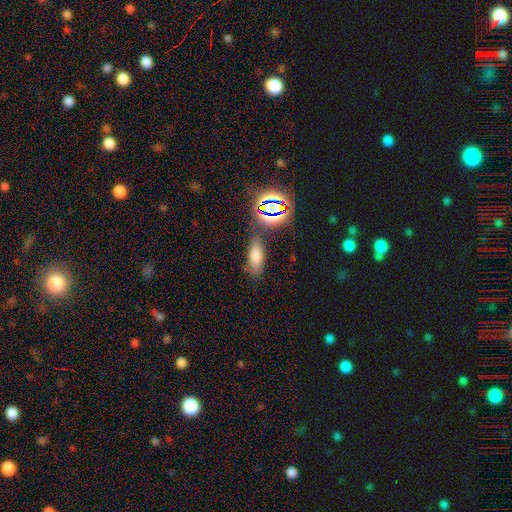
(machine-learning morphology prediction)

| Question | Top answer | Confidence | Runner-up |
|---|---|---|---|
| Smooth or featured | smooth | 66% | star or artifact (24%) |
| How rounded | in between | 69% | cigar-shaped (25%) |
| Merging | none | 76% | minor disturbance (13%) |